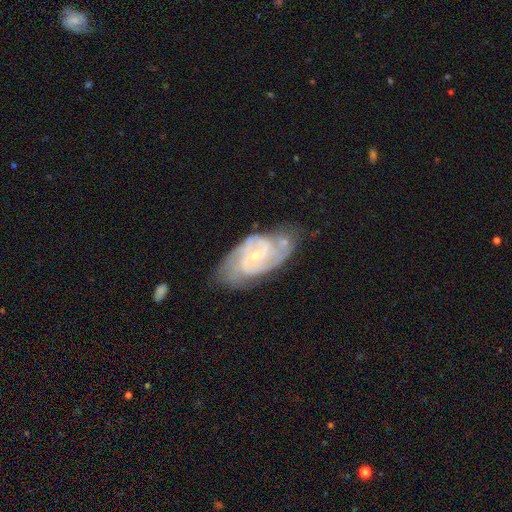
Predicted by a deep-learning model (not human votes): Smooth or featured: featured or disk — 86% (smooth — 8%)
Edge-on disk: no — 96% (yes — 4%)
Bar: no — 48% (weak — 41%)
Spiral arms: yes — 97% (no — 3%)
Spiral winding: tight — 55% (medium — 38%)
Spiral arm count: 2 — 45% (3 — 24%)
Bulge size: small — 75% (moderate — 20%)
Merging: none — 64% (minor disturbance — 24%)